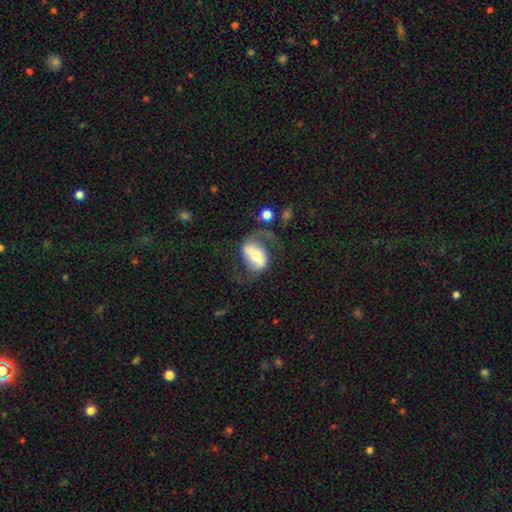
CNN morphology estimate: Q: Smooth or featured?
A: featured or disk (71%); runner-up: smooth (23%)
Q: Edge-on disk?
A: no (96%); runner-up: yes (4%)
Q: Bar?
A: strong (47%); runner-up: weak (31%)
Q: Spiral arms?
A: yes (87%); runner-up: no (13%)
Q: Spiral winding?
A: loose (57%); runner-up: medium (34%)
Q: Spiral arm count?
A: 2 (87%); runner-up: 1 (7%)
Q: Bulge size?
A: moderate (54%); runner-up: small (22%)
Q: Merging?
A: none (52%); runner-up: major disturbance (25%)